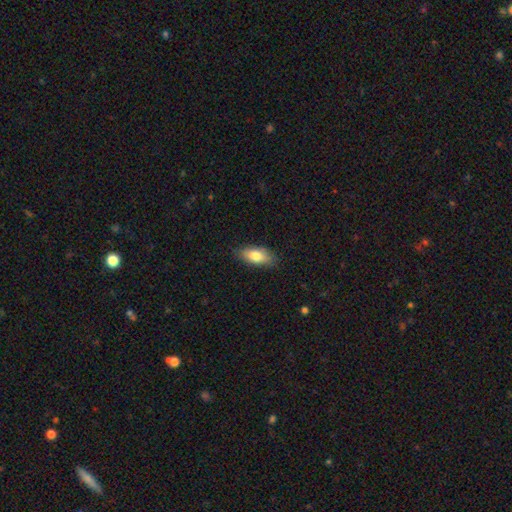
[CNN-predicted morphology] A smooth galaxy with no disk features (79%) that is in between round and cigar-shaped (85%). Merging: none (83%).